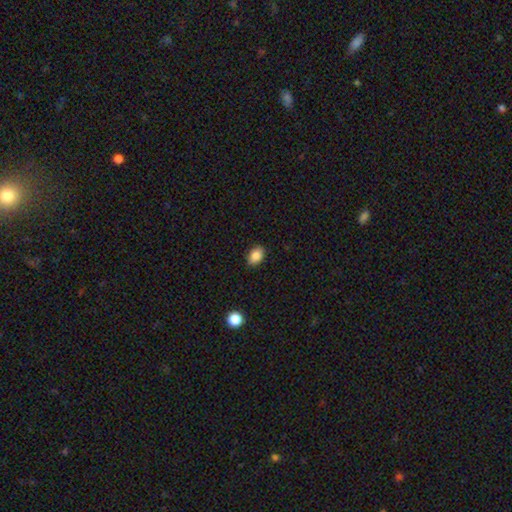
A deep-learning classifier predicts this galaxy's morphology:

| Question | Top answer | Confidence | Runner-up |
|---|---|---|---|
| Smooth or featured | smooth | 86% | star or artifact (9%) |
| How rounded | in between | 84% | round (14%) |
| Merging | none | 88% | minor disturbance (9%) |